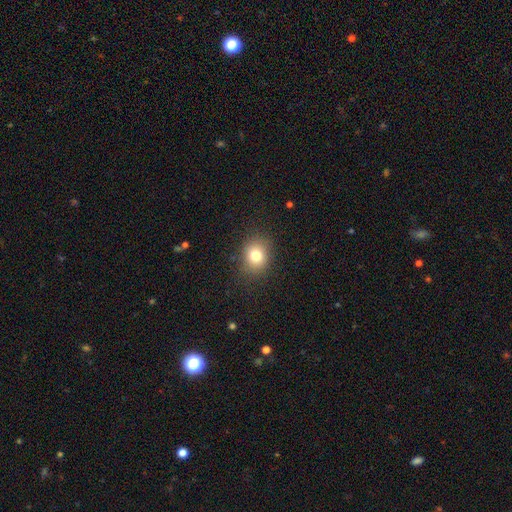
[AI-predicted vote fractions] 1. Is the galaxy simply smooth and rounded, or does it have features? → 79% smooth, 12% star or artifact, 9% featured or disk.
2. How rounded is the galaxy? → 63% round, 36% in between, 1% cigar-shaped.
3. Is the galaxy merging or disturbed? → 85% none, 10% minor disturbance, 4% major disturbance, 1% merger.